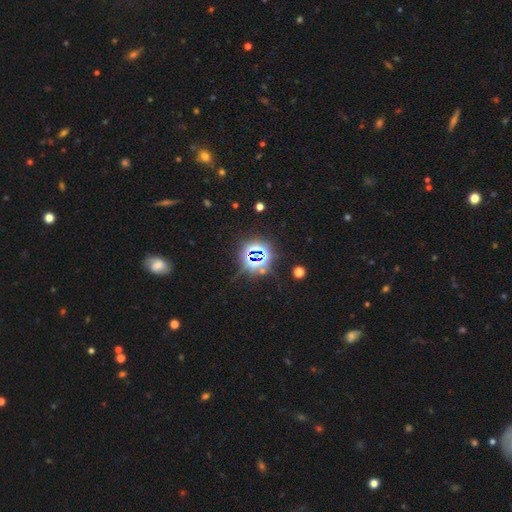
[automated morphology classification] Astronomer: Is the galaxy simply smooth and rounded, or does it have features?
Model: star or artifact — 78%.